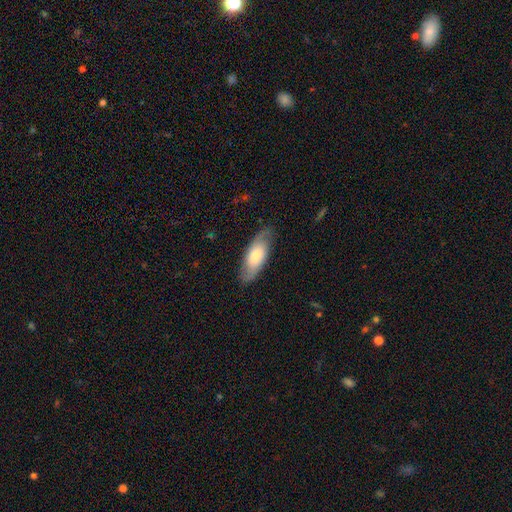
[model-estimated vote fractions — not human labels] A smooth galaxy with no disk features (60%) that is in between round and cigar-shaped (78%).

Vote fractions:
- Smooth or featured? smooth: 60% / featured or disk: 34% / star or artifact: 6%
- How rounded? in between: 78% / cigar-shaped: 19% / round: 2%
- Merging? none: 80% / minor disturbance: 15% / major disturbance: 4% / merger: 1%